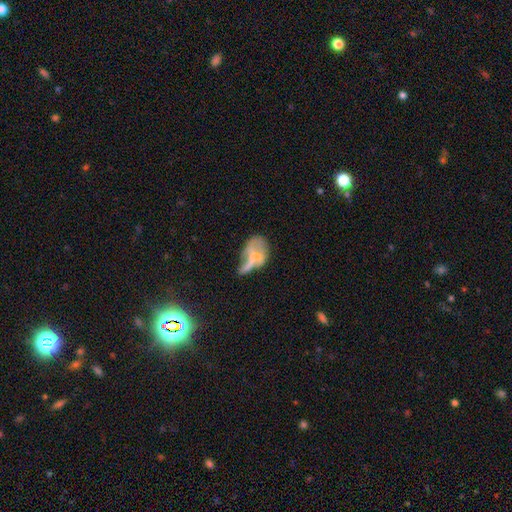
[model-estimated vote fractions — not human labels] Smooth or featured?
  - featured or disk: 51% *
  - smooth: 36%
  - star or artifact: 14%
Edge-on disk?
  - no: 90% *
  - yes: 10%
Merging?
  - major disturbance: 43% *
  - none: 22%
  - minor disturbance: 19%
  - merger: 16%